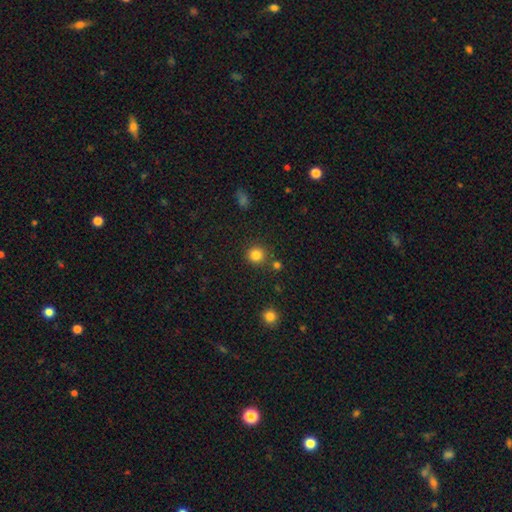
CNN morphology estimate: A smooth galaxy with no disk features (84%) that is round (92%). Merging: none (84%).